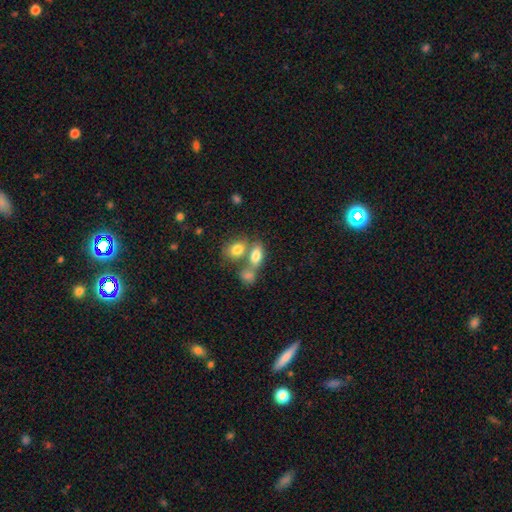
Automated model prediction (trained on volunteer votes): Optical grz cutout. It shows a smooth galaxy with no disk features (77%) that is in between round and cigar-shaped (85%). Merging: merger (46%).